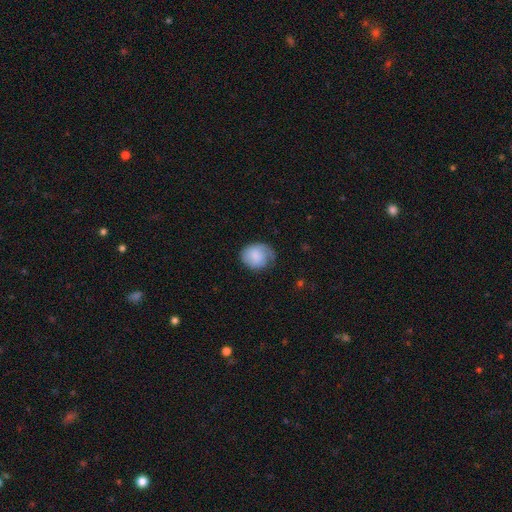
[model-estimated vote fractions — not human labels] smooth-or-featured: smooth: 72% | featured or disk: 22% | star or artifact: 7%
  how-rounded: round: 69% | in between: 30% | cigar-shaped: 1%
  merging: none: 54% | minor disturbance: 31% | major disturbance: 13% | merger: 1%